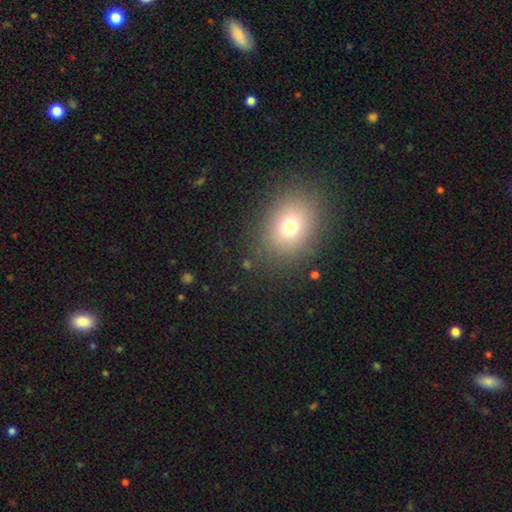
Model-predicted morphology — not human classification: smooth 71%, star or artifact 18%, featured or disk 11%. Down the decision tree: how rounded — round (50%); merging — none (87%).